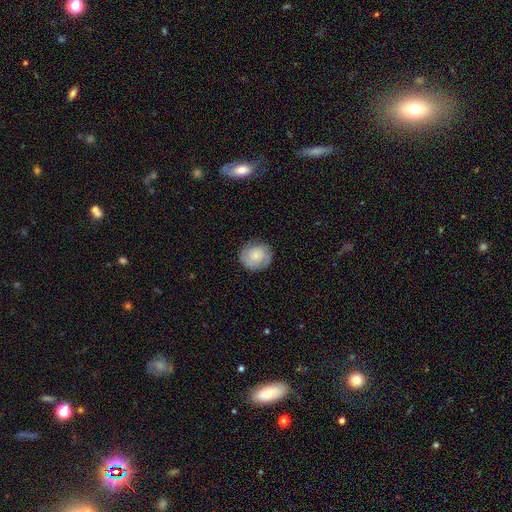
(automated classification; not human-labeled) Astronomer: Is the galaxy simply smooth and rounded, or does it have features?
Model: smooth — 57% (runner-up: featured or disk, 36%).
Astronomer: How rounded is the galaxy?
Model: round — 78%.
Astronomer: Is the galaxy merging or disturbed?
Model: none — 79%.